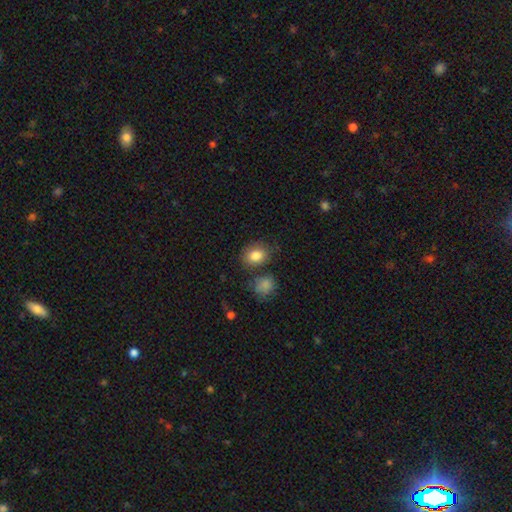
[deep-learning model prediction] smooth_or_featured: smooth (p=0.83) [alt: star or artifact p=0.09]
how_rounded: in between (p=0.52) [alt: round p=0.47]
merging: none (p=0.71) [alt: minor disturbance p=0.15]